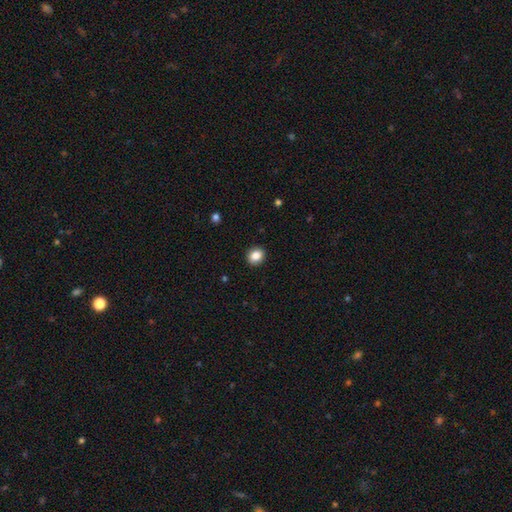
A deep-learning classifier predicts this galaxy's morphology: Smooth or featured: smooth — 86% (star or artifact — 9%)
How rounded: round — 68% (in between — 31%)
Merging: none — 91% (minor disturbance — 6%)